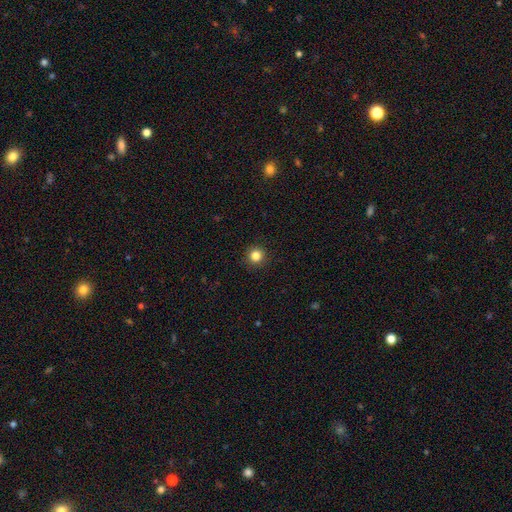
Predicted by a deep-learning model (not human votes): Smooth or featured?
  - smooth: 83% *
  - star or artifact: 12%
  - featured or disk: 4%
How rounded?
  - round: 95% *
  - in between: 4%
  - cigar-shaped: 1%
Merging?
  - none: 92% *
  - minor disturbance: 5%
  - major disturbance: 2%
  - merger: 1%